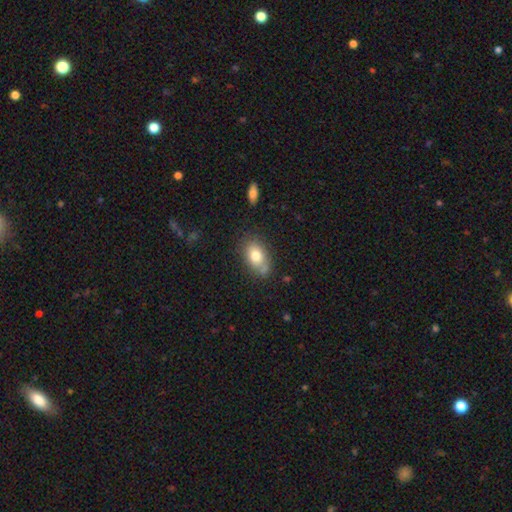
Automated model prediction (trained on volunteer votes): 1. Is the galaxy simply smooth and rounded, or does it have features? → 77% smooth, 15% featured or disk, 8% star or artifact.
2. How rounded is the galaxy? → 86% in between, 12% round, 2% cigar-shaped.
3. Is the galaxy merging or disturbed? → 67% none, 21% minor disturbance, 7% merger, 5% major disturbance.